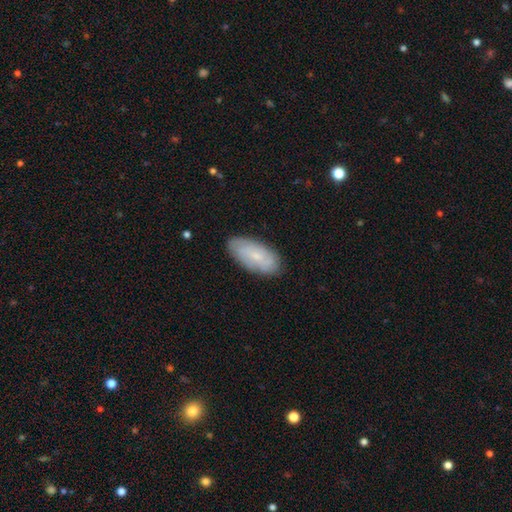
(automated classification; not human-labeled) Morphology: type=smooth (55%); roundness=in between (90%); merging=none (83%).